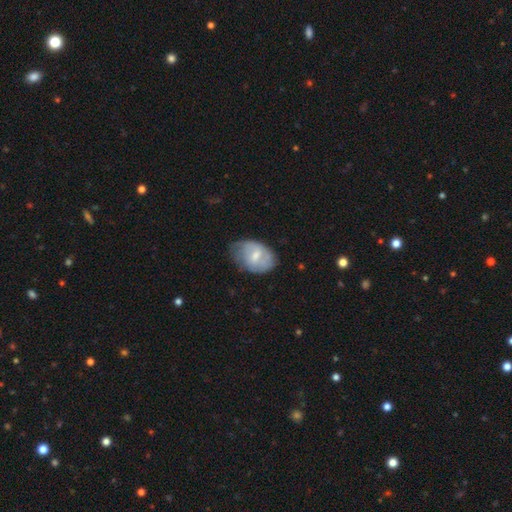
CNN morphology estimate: type=smooth (55%); roundness=in between (80%); merging=none (47%).